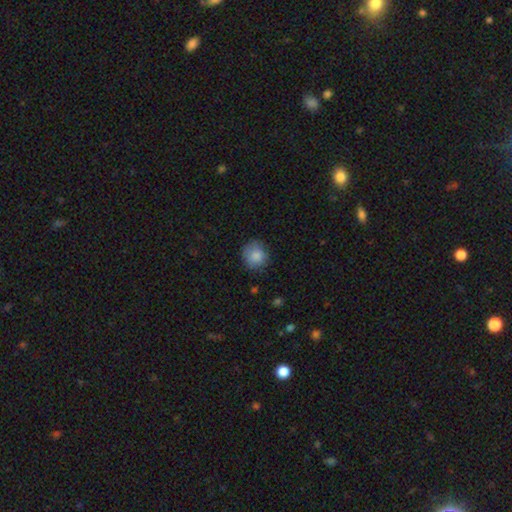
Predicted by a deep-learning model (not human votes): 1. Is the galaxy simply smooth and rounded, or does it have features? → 85% smooth, 8% star or artifact, 7% featured or disk.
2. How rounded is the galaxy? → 83% round, 16% in between, 1% cigar-shaped.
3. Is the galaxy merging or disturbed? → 75% none, 19% minor disturbance, 4% major disturbance, 1% merger.